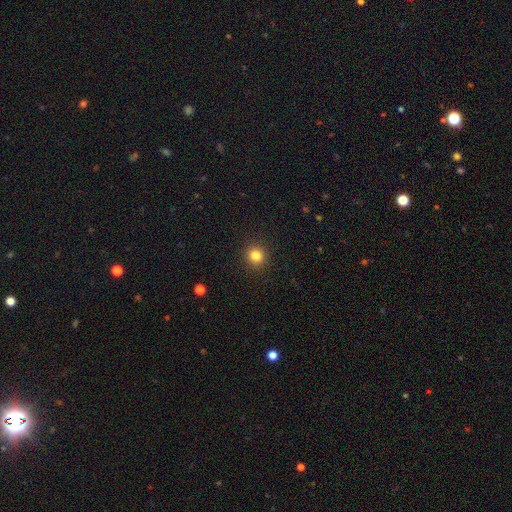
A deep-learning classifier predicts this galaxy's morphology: Smooth or featured: smooth — 83% (star or artifact — 12%)
How rounded: round — 92% (in between — 7%)
Merging: none — 92% (minor disturbance — 5%)